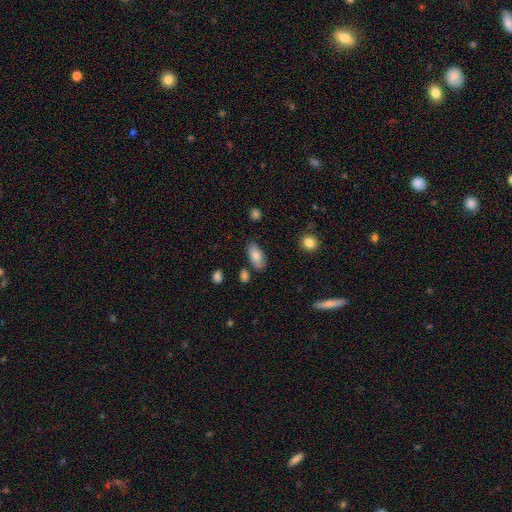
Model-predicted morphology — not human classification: A smooth galaxy with no disk features (82%) that is in between round and cigar-shaped (92%).

Vote fractions:
- Smooth or featured? smooth: 82% / featured or disk: 11% / star or artifact: 7%
- How rounded? in between: 92% / cigar-shaped: 5% / round: 3%
- Merging? none: 78% / minor disturbance: 14% / merger: 4% / major disturbance: 3%